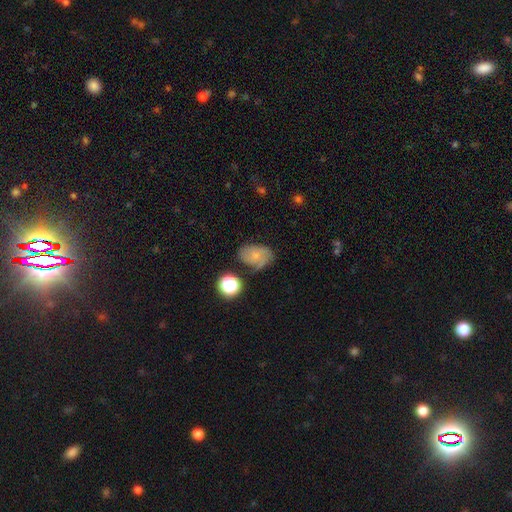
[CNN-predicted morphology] Overall: smooth (46%; featured or disk 42%). Merging: none (54%; minor disturbance 27%).